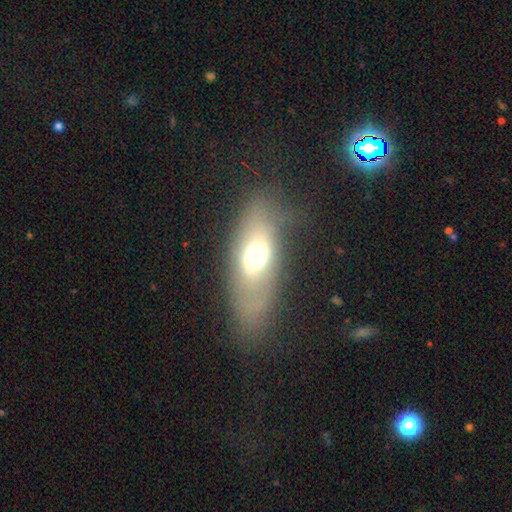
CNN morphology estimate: Overall: smooth (53%; featured or disk 35%). How rounded: in between (76%). Merging: none (67%).